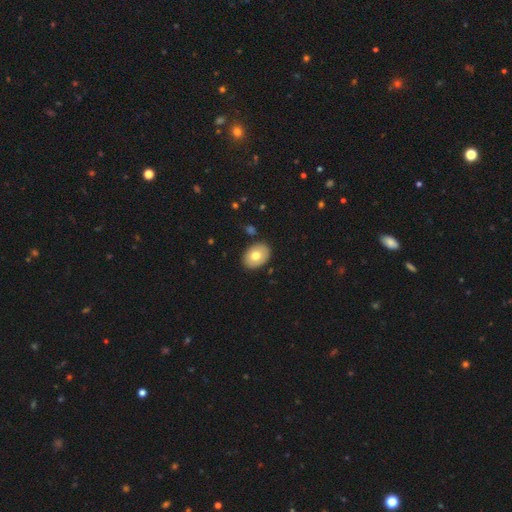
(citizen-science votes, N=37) This appears to be a smooth galaxy with no disk features (76%) that is in between round and cigar-shaped (86%). Merging: none (92%).